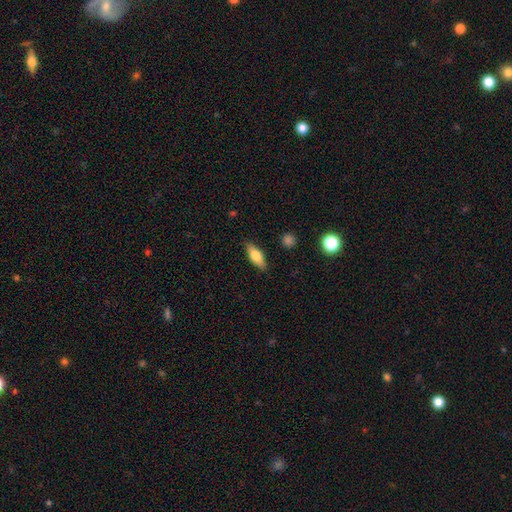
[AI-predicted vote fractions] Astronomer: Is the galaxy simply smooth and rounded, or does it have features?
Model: smooth — 71%.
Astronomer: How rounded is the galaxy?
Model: in between — 65%.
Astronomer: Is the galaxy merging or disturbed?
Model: none — 85%.